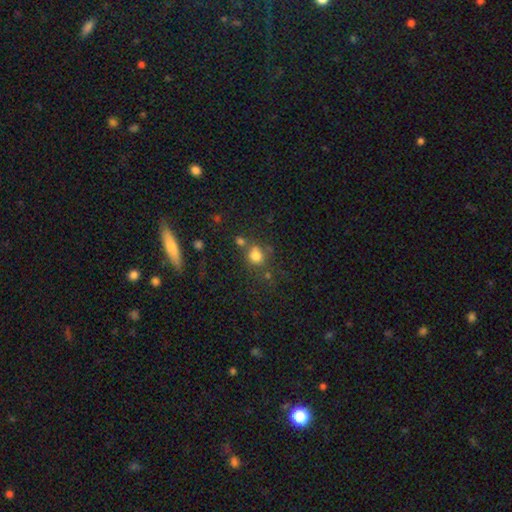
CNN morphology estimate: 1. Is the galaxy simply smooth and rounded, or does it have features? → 76% smooth, 15% star or artifact, 8% featured or disk.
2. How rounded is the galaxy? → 80% round, 19% in between, 1% cigar-shaped.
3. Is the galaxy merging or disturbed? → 59% none, 21% merger, 13% minor disturbance, 6% major disturbance.